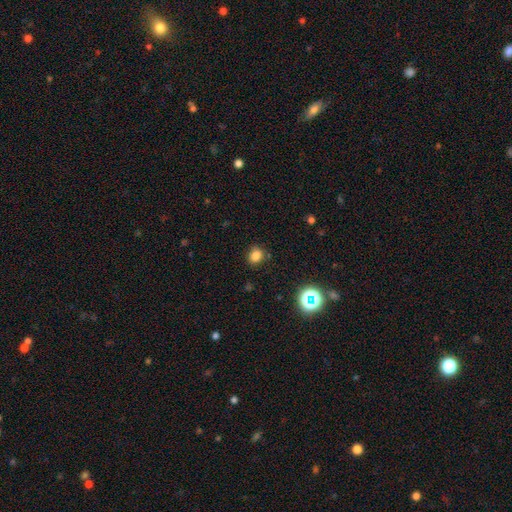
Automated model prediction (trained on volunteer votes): Smooth or featured? Predicted: smooth (p=0.80). How rounded? Predicted: round (p=0.61). Merging? Predicted: none (p=0.84).